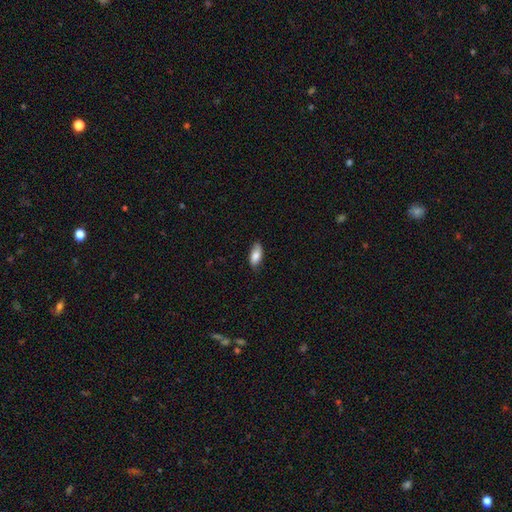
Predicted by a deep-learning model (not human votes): Smooth or featured? Predicted: smooth (p=0.79). How rounded? Predicted: in between (p=0.88). Merging? Predicted: none (p=0.78).